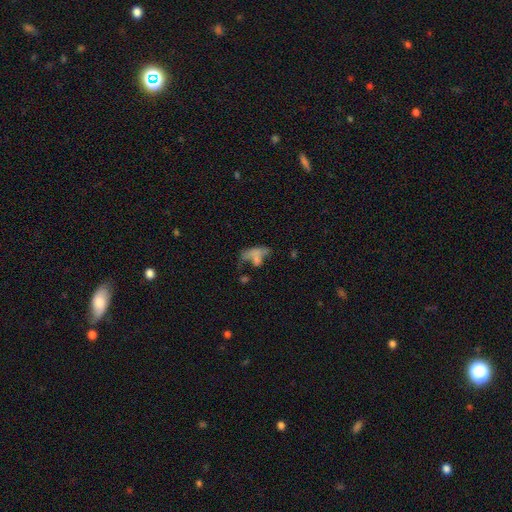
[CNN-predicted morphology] This is possibly a smooth galaxy (55%). How rounded: likely in between (76%). Merging: marginally merger (33%).